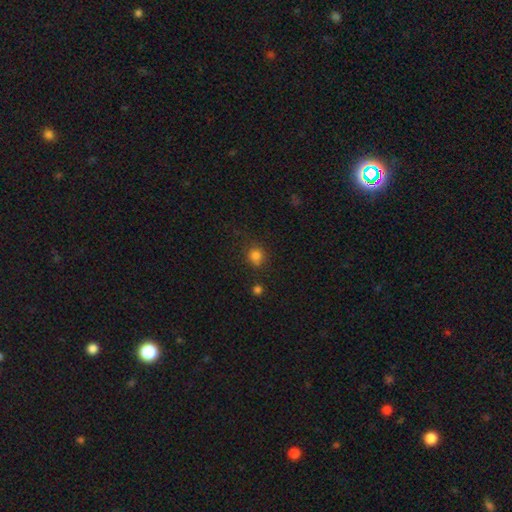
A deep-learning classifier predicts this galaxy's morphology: This is clearly a smooth galaxy (80%). How rounded: clearly round (84%). Merging: likely none (72%).